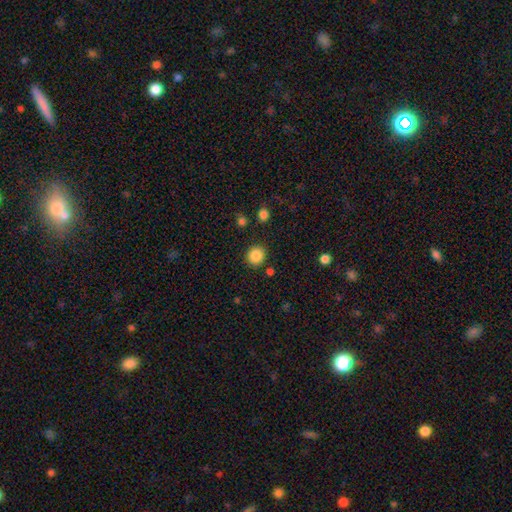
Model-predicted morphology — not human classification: This appears to be a smooth galaxy with no disk features (87%) that is round (86%). Merging: none (87%).